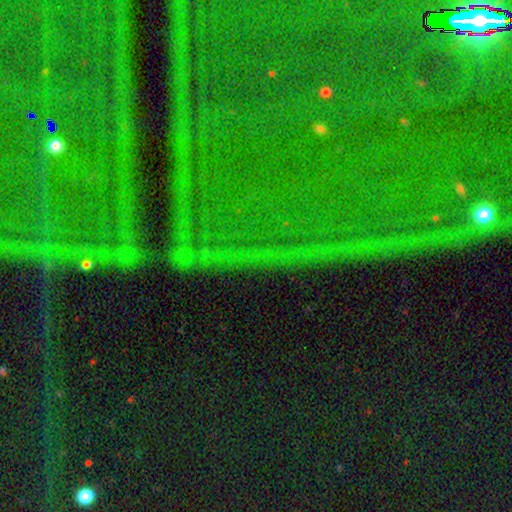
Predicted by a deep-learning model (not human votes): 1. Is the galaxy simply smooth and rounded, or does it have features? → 78% star or artifact, 12% featured or disk, 10% smooth.